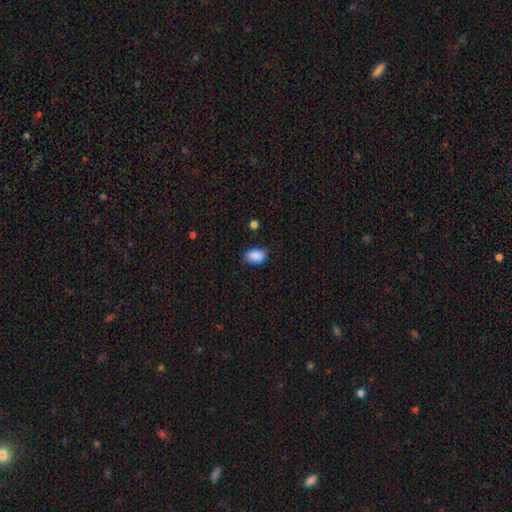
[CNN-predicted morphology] The model was most divided on "merging": none: 75%, minor disturbance: 19%, major disturbance: 4%, merger: 2%. More confident: smooth or featured — smooth (88%); how rounded — in between (84%).